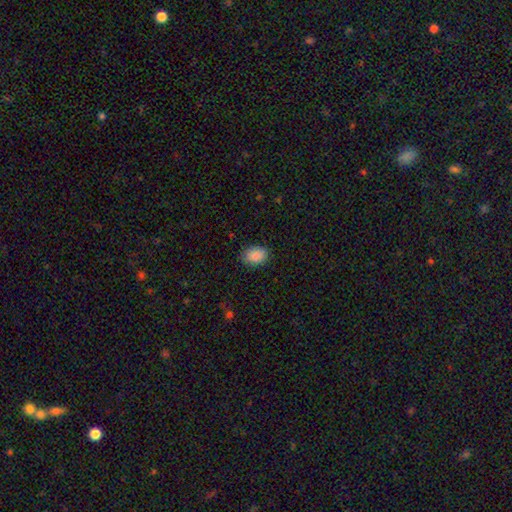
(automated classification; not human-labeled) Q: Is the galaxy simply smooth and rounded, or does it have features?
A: smooth — 89%.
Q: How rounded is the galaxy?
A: in between — 82%.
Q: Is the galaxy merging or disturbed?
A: none — 86%.